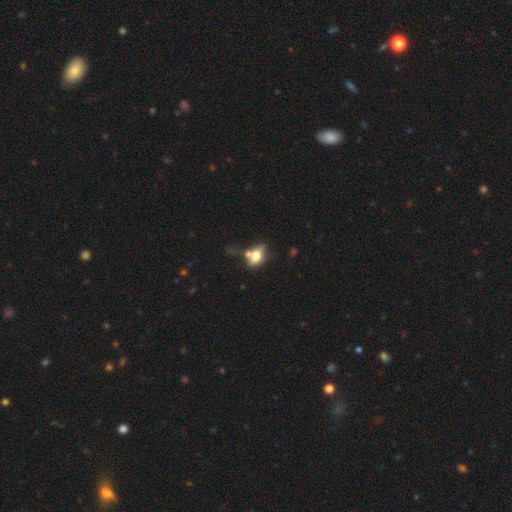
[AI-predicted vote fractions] Morphology: type=smooth (70%); roundness=in between (76%); merging=none (39%).